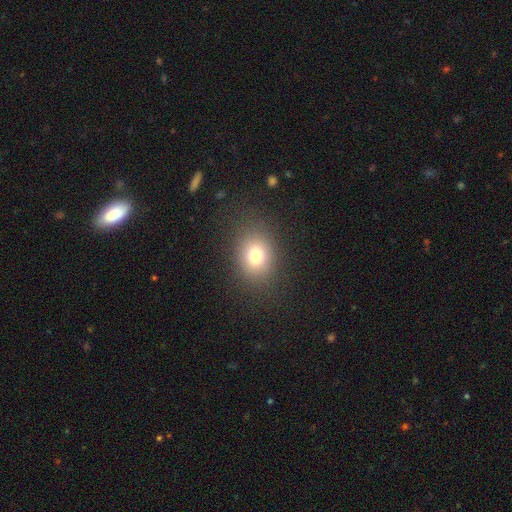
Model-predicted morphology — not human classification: The model was most divided on "how rounded": in between: 50%, round: 49%, cigar-shaped: 1%. More confident: merging — none (84%); smooth or featured — smooth (75%).